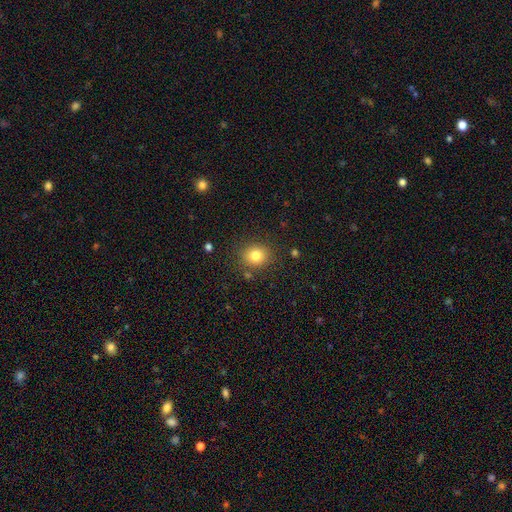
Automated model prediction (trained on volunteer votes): smooth-or-featured: smooth: 81% | star or artifact: 12% | featured or disk: 8%
  how-rounded: round: 76% | in between: 23% | cigar-shaped: 1%
  merging: none: 85% | minor disturbance: 9% | major disturbance: 3% | merger: 3%